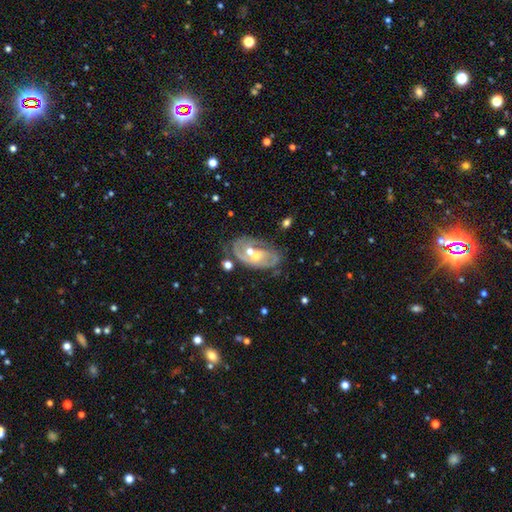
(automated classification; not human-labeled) Overall: featured or disk (80%). Edge-on disk: no (95%). Bar: no (50%; weak 36%). Spiral arms: yes (87%). Spiral arm count: 2 (47%; can't tell 28%). Spiral winding: tight (55%; medium 34%). Bulge size: moderate (54%; small 41%). Merging: none (62%).